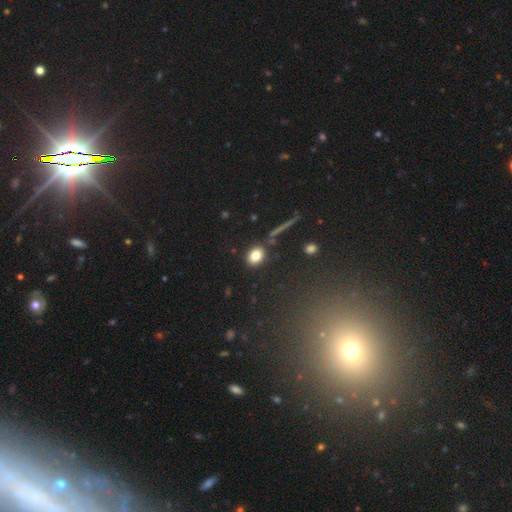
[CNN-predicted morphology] A smooth galaxy with no disk features (81%) that is in between round and cigar-shaped (63%).

Vote fractions:
- Smooth or featured? smooth: 81% / star or artifact: 10% / featured or disk: 9%
- How rounded? in between: 63% / round: 34% / cigar-shaped: 2%
- Merging? none: 83% / minor disturbance: 10% / merger: 5% / major disturbance: 3%